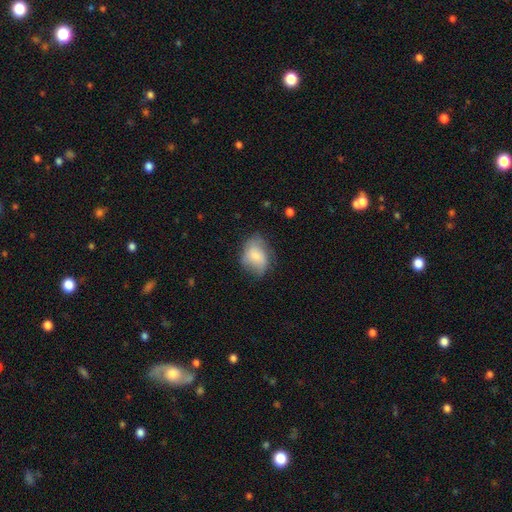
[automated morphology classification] Smooth or featured?
  - smooth: 71% *
  - featured or disk: 22%
  - star or artifact: 7%
How rounded?
  - in between: 71% *
  - round: 27%
  - cigar-shaped: 1%
Merging?
  - none: 59% *
  - minor disturbance: 30%
  - major disturbance: 10%
  - merger: 1%